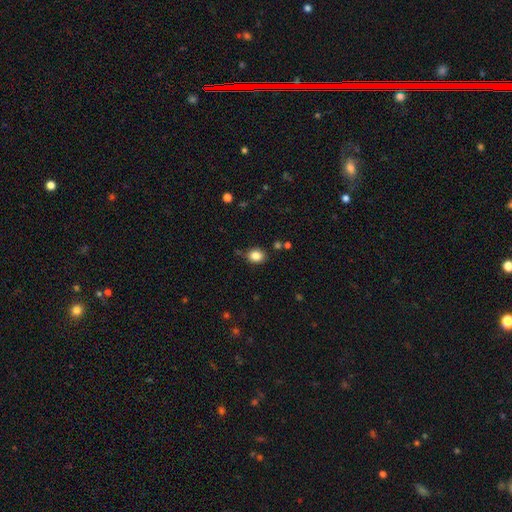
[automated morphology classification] The model was most divided on "how rounded": round: 51%, in between: 48%, cigar-shaped: 1%. More confident: smooth or featured — smooth (85%); merging — none (79%).